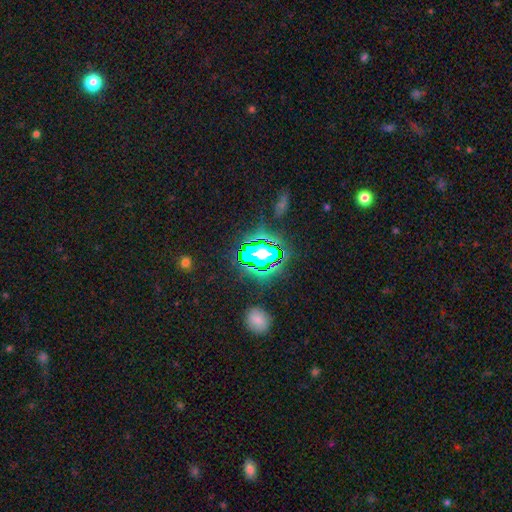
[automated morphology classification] type=star or artifact (77%).